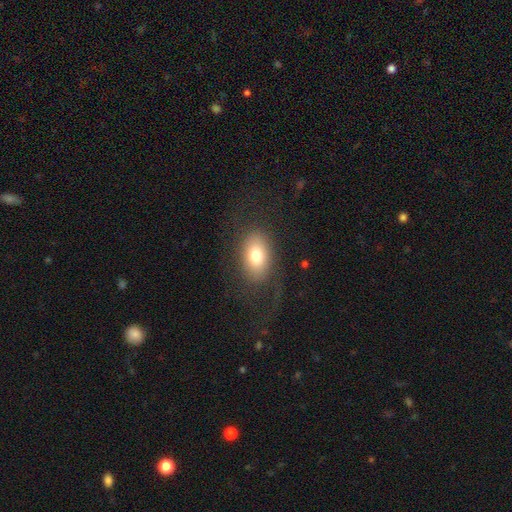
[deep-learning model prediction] A smooth galaxy with no disk features (75%) that is in between round and cigar-shaped (87%). Merging: none (73%).